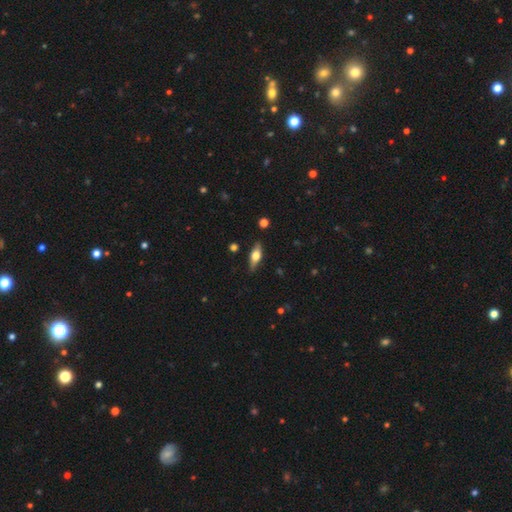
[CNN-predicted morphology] Smooth or featured?
  - featured or disk: 54% *
  - smooth: 40%
  - star or artifact: 6%
Edge-on disk?
  - yes: 91% *
  - no: 9%
Merging?
  - none: 86% *
  - minor disturbance: 10%
  - major disturbance: 2%
  - merger: 1%